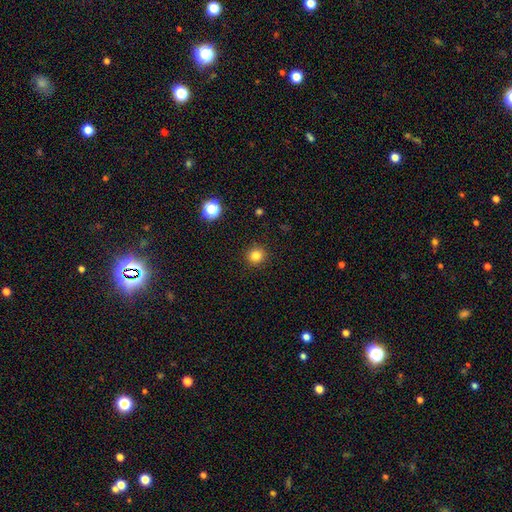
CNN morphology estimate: This appears to be a smooth galaxy with no disk features (83%) that is round (94%). Merging: none (92%).